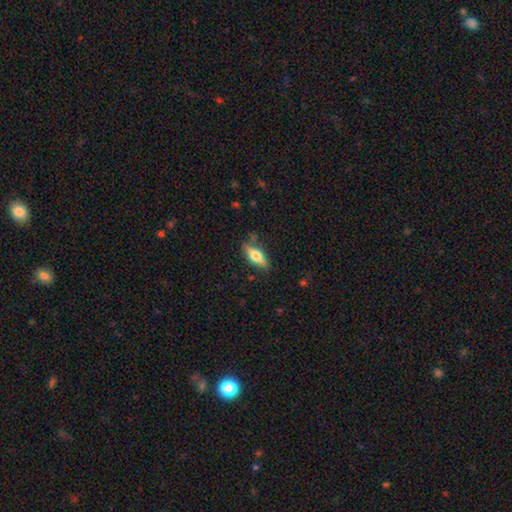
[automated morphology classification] smooth 56%, featured or disk 38%, star or artifact 6%. Down the decision tree: how rounded — in between (60%); merging — none (78%).